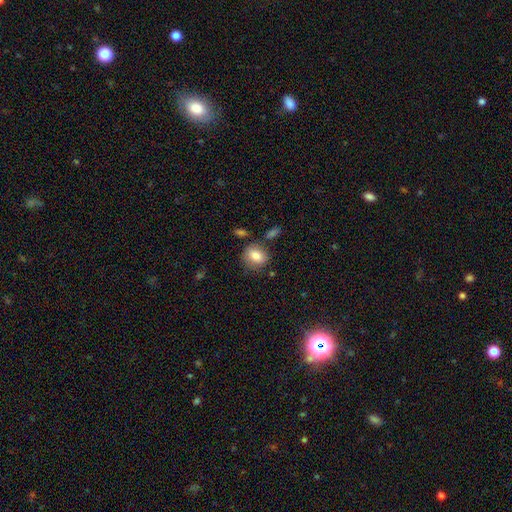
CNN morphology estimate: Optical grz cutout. It shows a smooth galaxy with no disk features (82%) that is round (63%). Merging: none (74%).